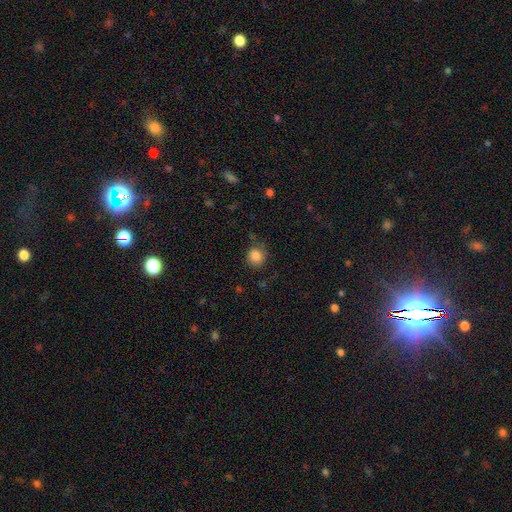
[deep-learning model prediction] smooth-or-featured: smooth: 84% | star or artifact: 10% | featured or disk: 6%
  how-rounded: round: 84% | in between: 15% | cigar-shaped: 1%
  merging: none: 79% | minor disturbance: 16% | major disturbance: 4% | merger: 2%